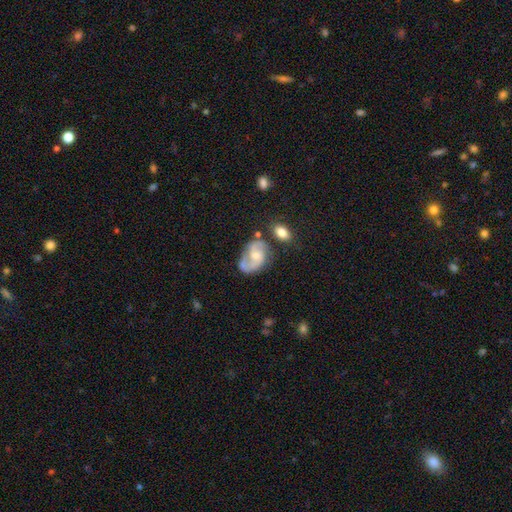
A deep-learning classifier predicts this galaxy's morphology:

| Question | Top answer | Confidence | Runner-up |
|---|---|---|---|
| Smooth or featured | featured or disk | 76% | smooth (17%) |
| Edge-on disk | no | 97% | yes (3%) |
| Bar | no | 54% | weak (39%) |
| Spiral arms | yes | 92% | no (8%) |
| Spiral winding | medium | 52% | loose (31%) |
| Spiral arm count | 2 | 85% | can't tell (6%) |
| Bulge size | small | 43% | moderate (42%) |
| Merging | none | 49% | minor disturbance (23%) |